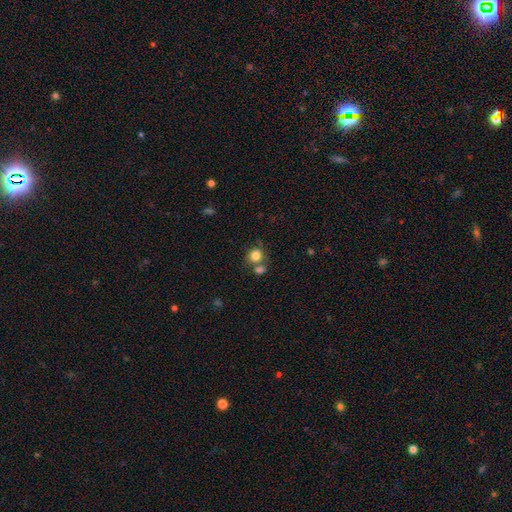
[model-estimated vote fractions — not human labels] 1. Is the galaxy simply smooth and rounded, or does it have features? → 82% smooth, 11% star or artifact, 8% featured or disk.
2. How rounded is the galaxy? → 81% round, 18% in between, 1% cigar-shaped.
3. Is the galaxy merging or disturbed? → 58% none, 26% merger, 12% minor disturbance, 5% major disturbance.